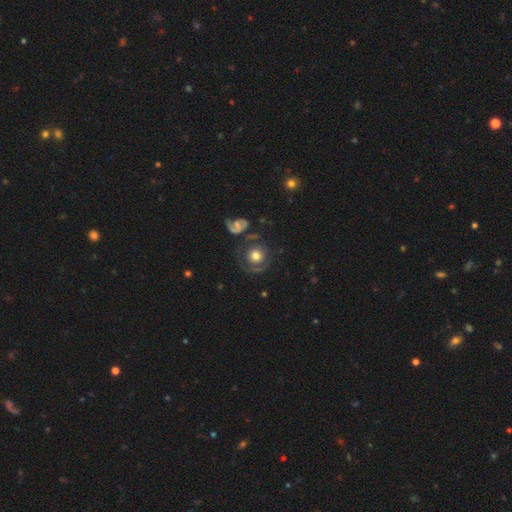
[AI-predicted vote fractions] smooth 50%, featured or disk 41%, star or artifact 9%. Down the decision tree: how rounded — round (90%); merging — none (62%).